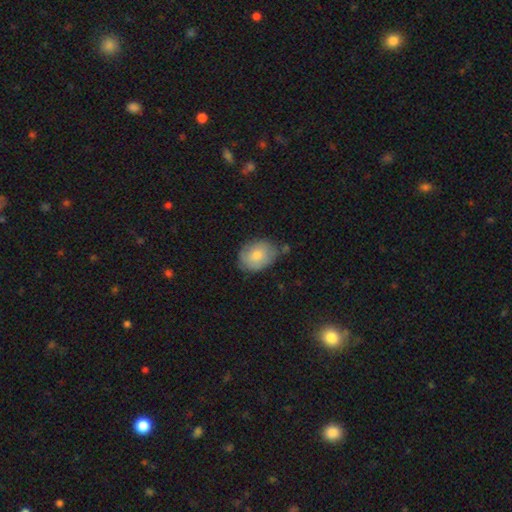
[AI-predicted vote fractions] smooth 73%, featured or disk 20%, star or artifact 7%. Down the decision tree: how rounded — in between (69%); merging — none (66%).